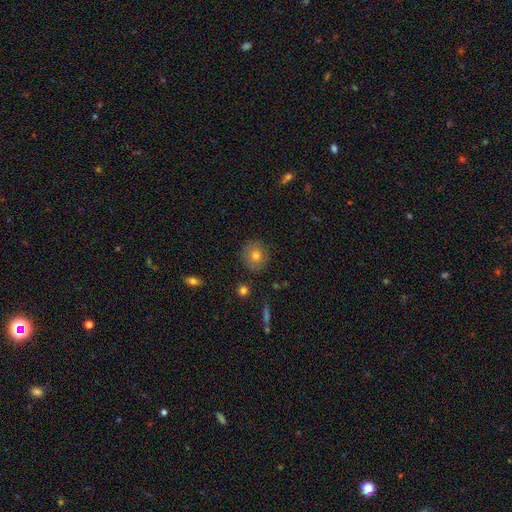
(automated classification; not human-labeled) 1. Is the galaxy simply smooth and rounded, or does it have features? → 67% smooth, 22% featured or disk, 12% star or artifact.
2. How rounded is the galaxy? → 81% round, 18% in between, 1% cigar-shaped.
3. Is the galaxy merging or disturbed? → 87% none, 9% minor disturbance, 2% major disturbance, 1% merger.